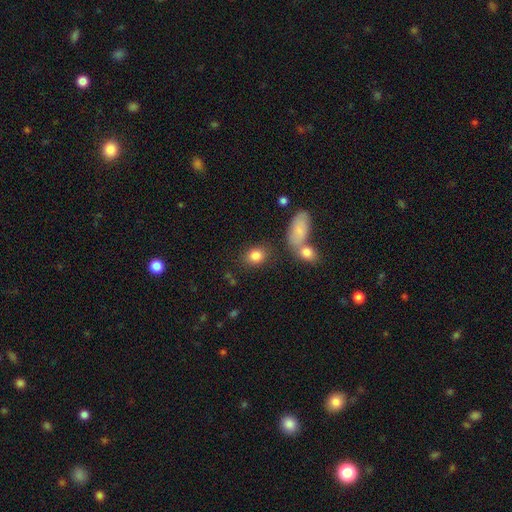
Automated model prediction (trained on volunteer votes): The model was most divided on "how rounded": in between: 52%, round: 46%, cigar-shaped: 2%. More confident: smooth or featured — smooth (84%); merging — none (73%).